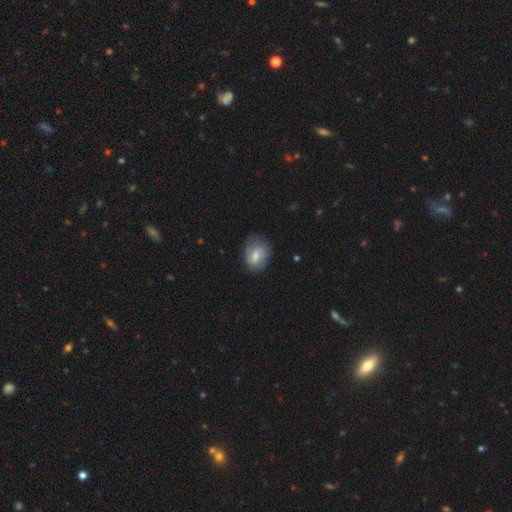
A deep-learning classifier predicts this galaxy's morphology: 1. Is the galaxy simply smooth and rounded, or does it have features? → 59% smooth, 34% featured or disk, 7% star or artifact.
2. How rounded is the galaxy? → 65% in between, 34% round, 1% cigar-shaped.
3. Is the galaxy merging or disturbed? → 66% none, 25% minor disturbance, 8% major disturbance, 1% merger.